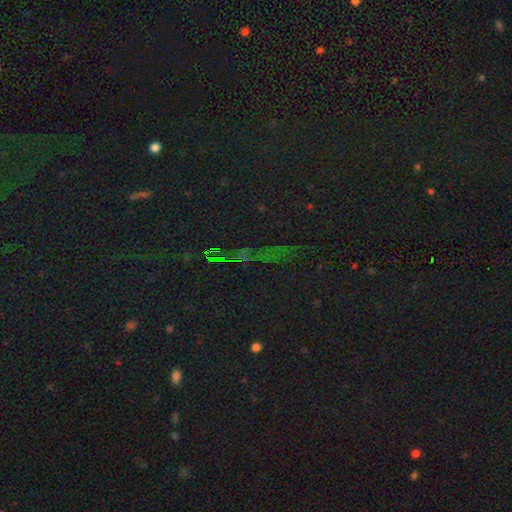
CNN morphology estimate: Overall: star or artifact (78%).